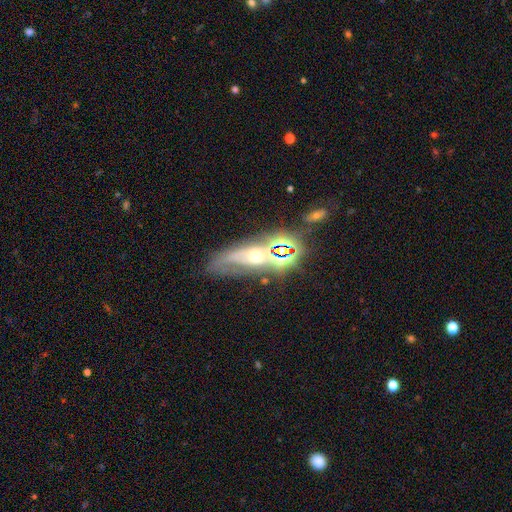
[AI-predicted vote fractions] This is possibly a featured or disk galaxy (47%). Merging: possibly none (51%).